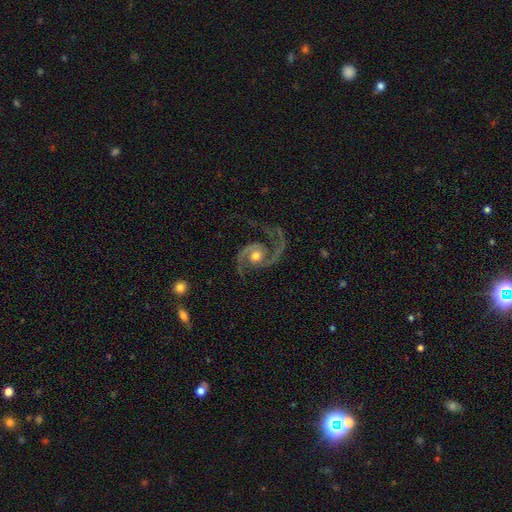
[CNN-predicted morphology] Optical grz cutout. It shows a featured or disk galaxy (92%) with no bar (72%), 2 (93%) medium (54%) spiral arms (98%) and a moderate central bulge (73%). Merging: none (70%).